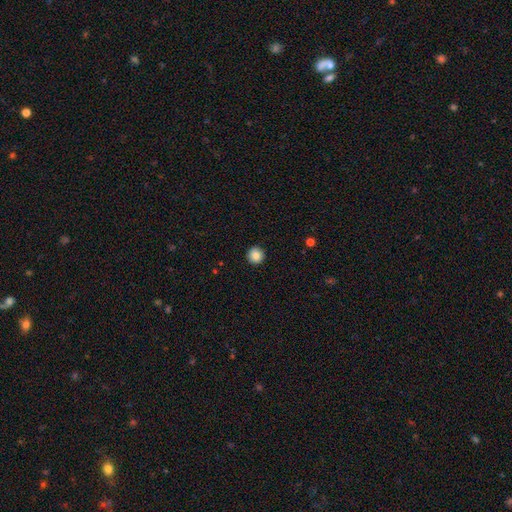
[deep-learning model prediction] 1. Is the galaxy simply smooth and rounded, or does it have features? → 84% smooth, 9% star or artifact, 7% featured or disk.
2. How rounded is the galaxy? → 96% round, 3% in between, 1% cigar-shaped.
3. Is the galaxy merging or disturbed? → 93% none, 5% minor disturbance, 1% major disturbance, 1% merger.